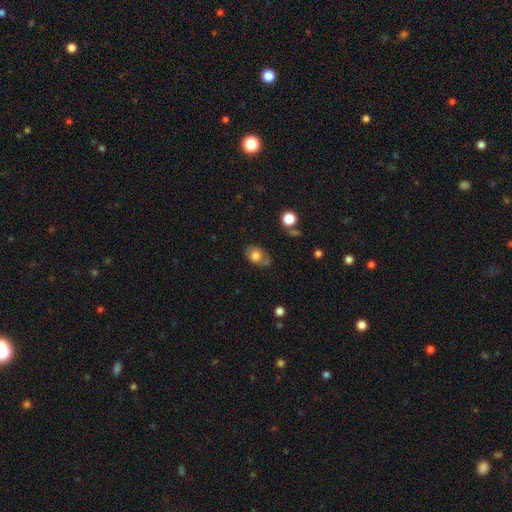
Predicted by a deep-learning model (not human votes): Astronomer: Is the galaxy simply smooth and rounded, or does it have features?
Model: smooth — 77%.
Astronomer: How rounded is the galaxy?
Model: in between — 61% (runner-up: round, 38%).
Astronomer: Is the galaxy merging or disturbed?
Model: none — 58%.